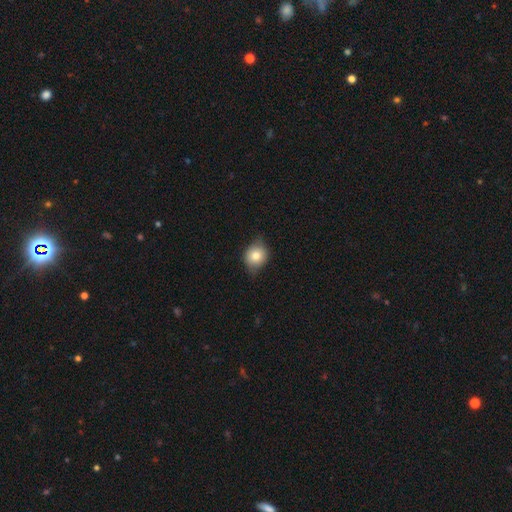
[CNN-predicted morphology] Q: Smooth or featured?
A: smooth (75%); runner-up: featured or disk (16%)
Q: How rounded?
A: round (68%); runner-up: in between (31%)
Q: Merging?
A: none (66%); runner-up: minor disturbance (28%)